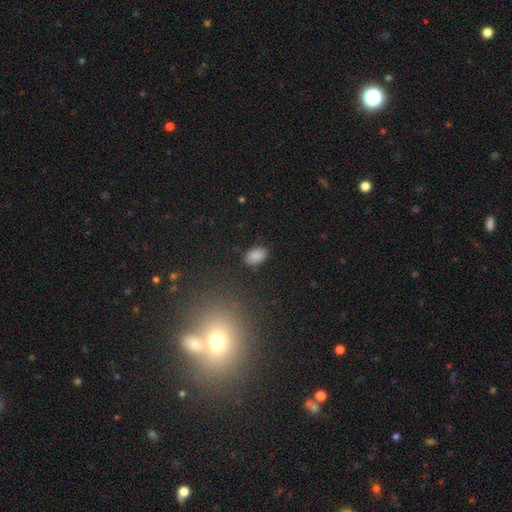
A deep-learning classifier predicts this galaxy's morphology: The model was most divided on "merging": none: 81%, minor disturbance: 14%, major disturbance: 3%, merger: 2%. More confident: how rounded — in between (89%); smooth or featured — smooth (86%).